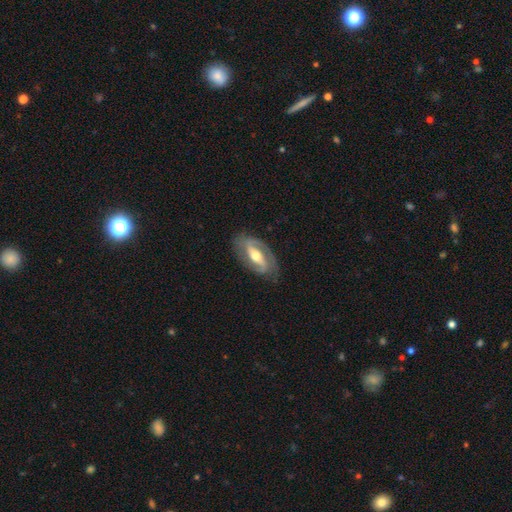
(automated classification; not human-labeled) Smooth or featured: featured or disk — 83% (smooth — 12%)
Edge-on disk: no — 93% (yes — 7%)
Bar: strong — 49% (weak — 32%)
Spiral arms: yes — 89% (no — 11%)
Spiral winding: medium — 46% (tight — 36%)
Spiral arm count: 2 — 86% (can't tell — 6%)
Bulge size: moderate — 71% (small — 16%)
Merging: none — 79% (minor disturbance — 14%)